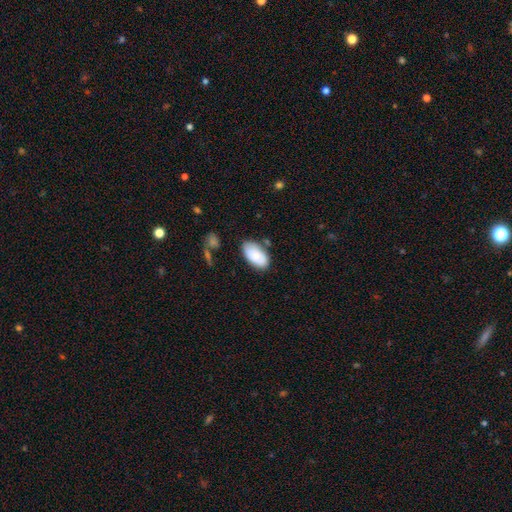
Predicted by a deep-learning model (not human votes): Smooth or featured? smooth (83%)
How rounded? in between (95%)
Merging? none (73%)